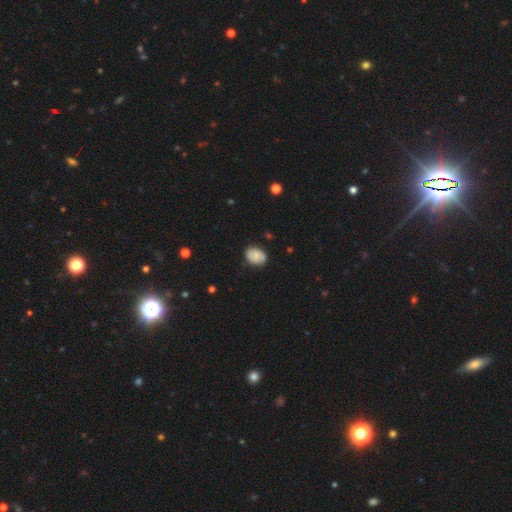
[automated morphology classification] smooth 68%, featured or disk 23%, star or artifact 9%. Down the decision tree: how rounded — in between (64%); merging — none (77%).